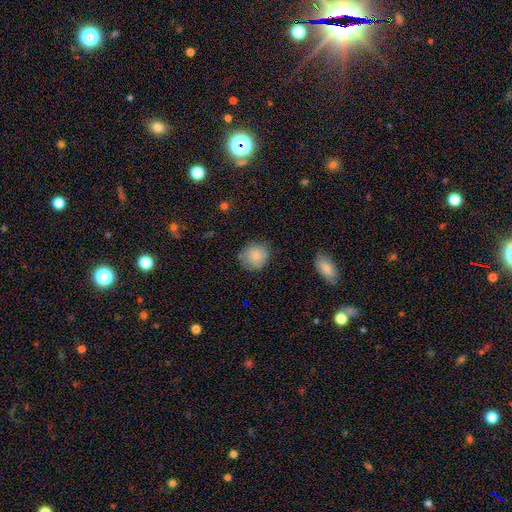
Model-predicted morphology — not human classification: Overall: smooth (85%). How rounded: round (89%). Merging: none (78%).